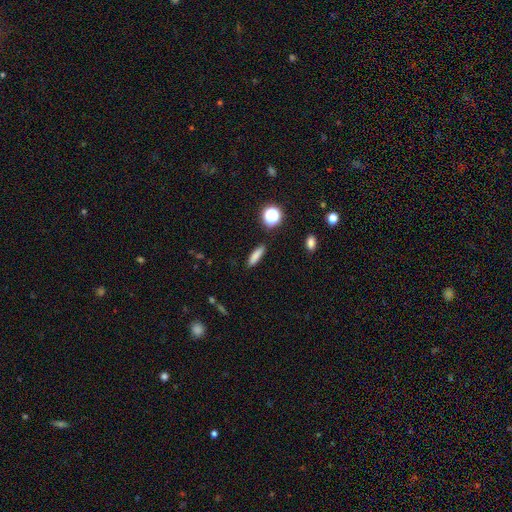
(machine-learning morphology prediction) This appears to be a smooth galaxy with no disk features (80%) that is cigar-shaped (69%). Merging: none (87%).